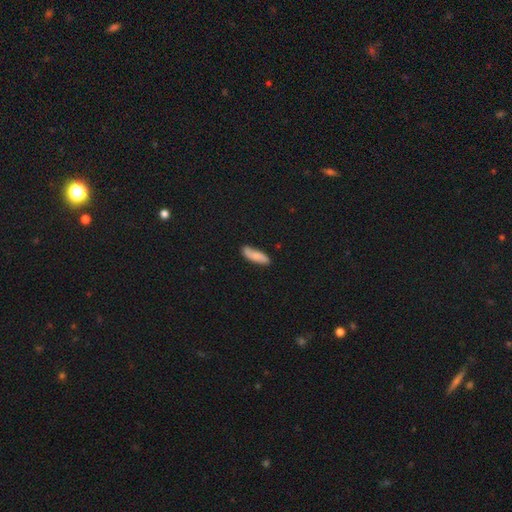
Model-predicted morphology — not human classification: Q: Smooth or featured?
A: smooth (74%); runner-up: featured or disk (19%)
Q: How rounded?
A: cigar-shaped (52%); runner-up: in between (46%)
Q: Merging?
A: none (79%); runner-up: minor disturbance (16%)